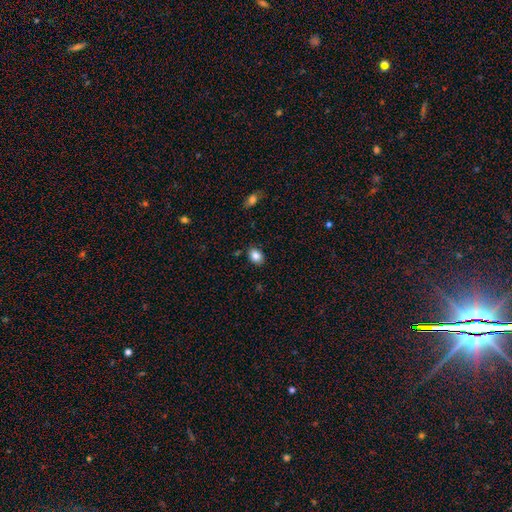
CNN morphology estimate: type=smooth (85%); roundness=in between (74%); merging=none (86%).